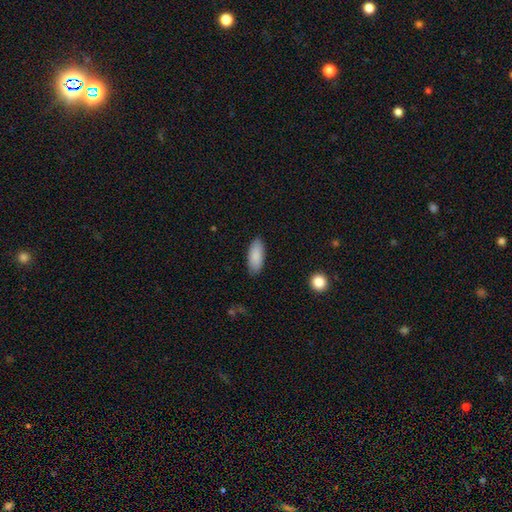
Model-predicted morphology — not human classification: A smooth galaxy with no disk features (89%) that is in between round and cigar-shaped (83%).

Vote fractions:
- Smooth or featured? smooth: 89% / star or artifact: 6% / featured or disk: 6%
- How rounded? in between: 83% / cigar-shaped: 15% / round: 2%
- Merging? none: 88% / minor disturbance: 9% / major disturbance: 2% / merger: 1%